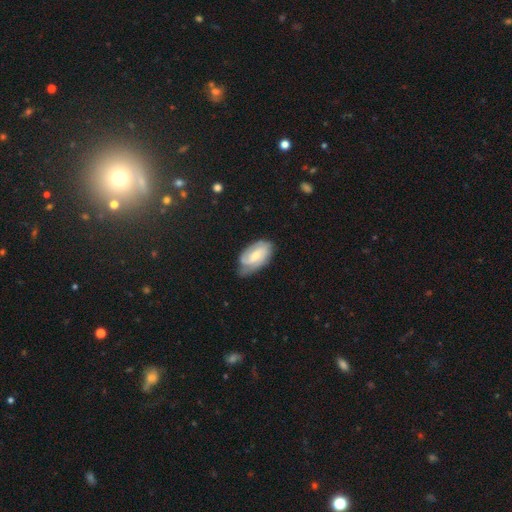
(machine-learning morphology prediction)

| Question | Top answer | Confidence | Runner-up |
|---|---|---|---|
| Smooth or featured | featured or disk | 69% | smooth (25%) |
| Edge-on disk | no | 96% | yes (4%) |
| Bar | weak | 47% | no (38%) |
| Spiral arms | yes | 91% | no (9%) |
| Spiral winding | tight | 49% | medium (38%) |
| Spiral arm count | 2 | 58% | can't tell (20%) |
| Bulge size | small | 49% | moderate (42%) |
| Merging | none | 61% | minor disturbance (29%) |